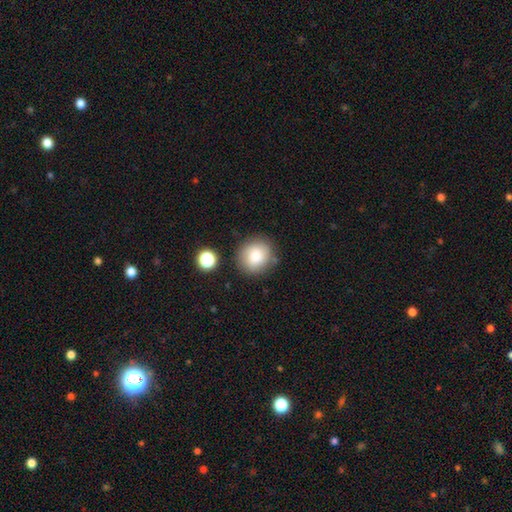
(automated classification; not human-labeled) smooth-or-featured: smooth: 81% | featured or disk: 10% | star or artifact: 9%
  how-rounded: round: 82% | in between: 17% | cigar-shaped: 1%
  merging: none: 80% | minor disturbance: 12% | merger: 5% | major disturbance: 4%